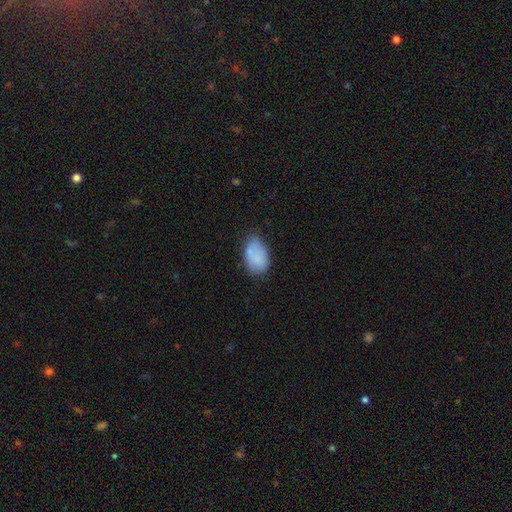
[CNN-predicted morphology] Smooth or featured? Predicted: smooth (p=0.82). How rounded? Predicted: in between (p=0.91). Merging? Predicted: none (p=0.61).